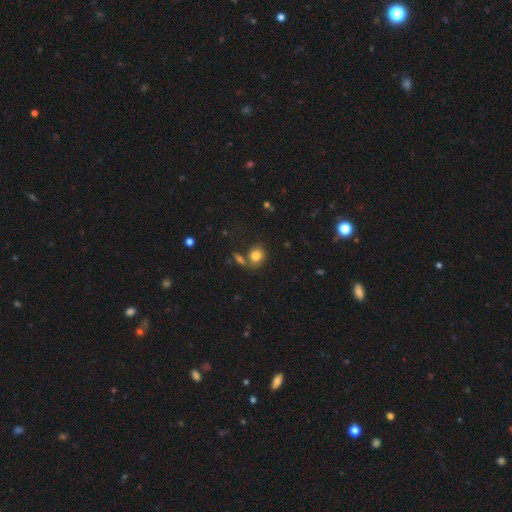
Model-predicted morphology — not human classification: smooth 79%, star or artifact 11%, featured or disk 10%. Down the decision tree: how rounded — round (66%); merging — none (59%).